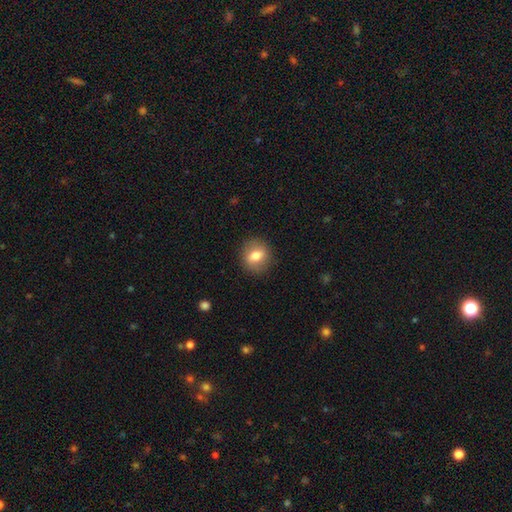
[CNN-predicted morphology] Smooth or featured: smooth — 70% (featured or disk — 21%)
How rounded: round — 73% (in between — 25%)
Merging: none — 88% (minor disturbance — 8%)